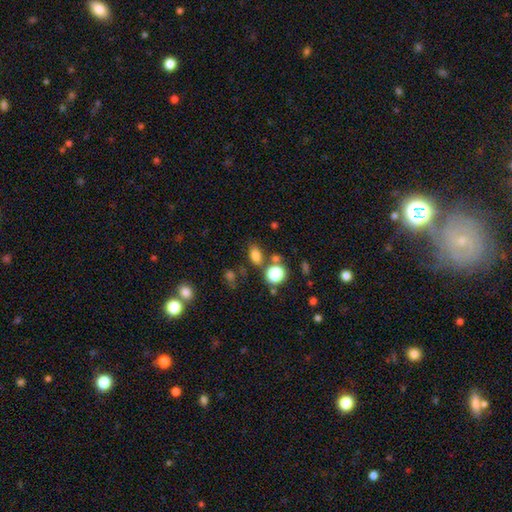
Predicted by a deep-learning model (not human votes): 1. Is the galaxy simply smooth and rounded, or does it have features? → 77% smooth, 16% star or artifact, 7% featured or disk.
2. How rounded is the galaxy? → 77% in between, 21% round, 2% cigar-shaped.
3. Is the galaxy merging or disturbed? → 71% none, 12% minor disturbance, 12% merger, 5% major disturbance.